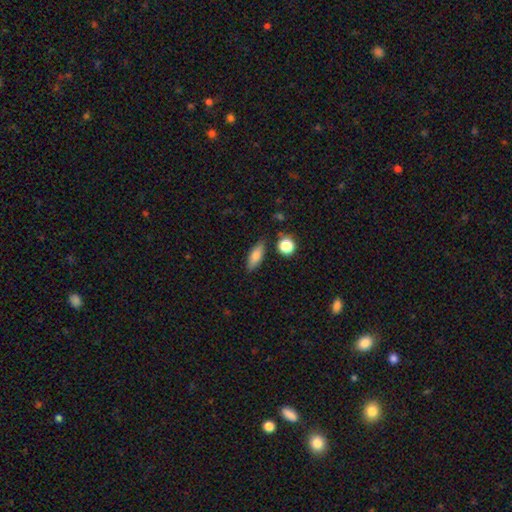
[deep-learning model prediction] This is likely a smooth galaxy (77%). How rounded: likely in between (60%). Merging: clearly none (82%).